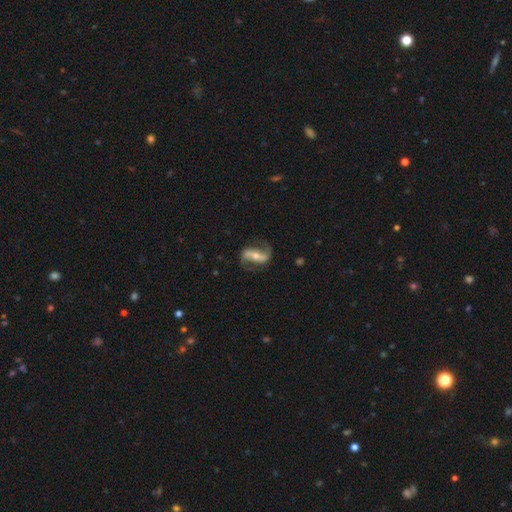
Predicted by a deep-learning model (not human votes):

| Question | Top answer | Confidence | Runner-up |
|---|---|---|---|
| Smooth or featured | featured or disk | 85% | smooth (10%) |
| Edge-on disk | no | 94% | yes (6%) |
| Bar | strong | 55% | weak (25%) |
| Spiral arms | yes | 94% | no (6%) |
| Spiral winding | loose | 54% | medium (35%) |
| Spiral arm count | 2 | 91% | 1 (4%) |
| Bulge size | moderate | 54% | small (39%) |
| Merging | none | 76% | minor disturbance (14%) |